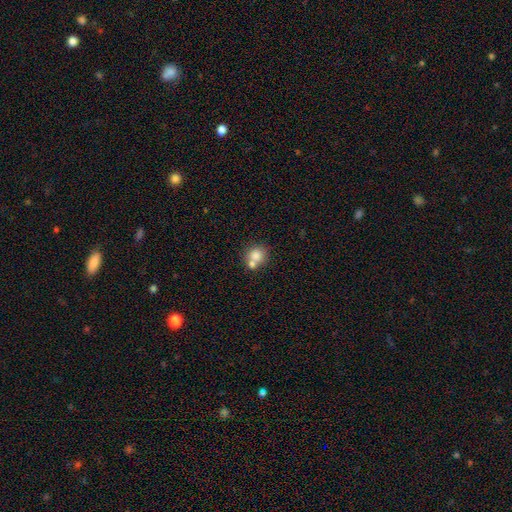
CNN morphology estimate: Smooth or featured: smooth — 77% (featured or disk — 12%)
How rounded: round — 84% (in between — 15%)
Merging: none — 50% (merger — 38%)